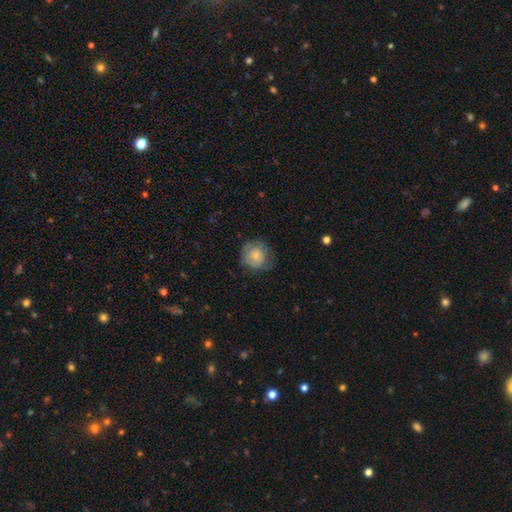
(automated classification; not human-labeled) smooth-or-featured: smooth: 73% | featured or disk: 20% | star or artifact: 7%
  how-rounded: round: 89% | in between: 10% | cigar-shaped: 1%
  merging: none: 67% | minor disturbance: 23% | major disturbance: 9% | merger: 1%